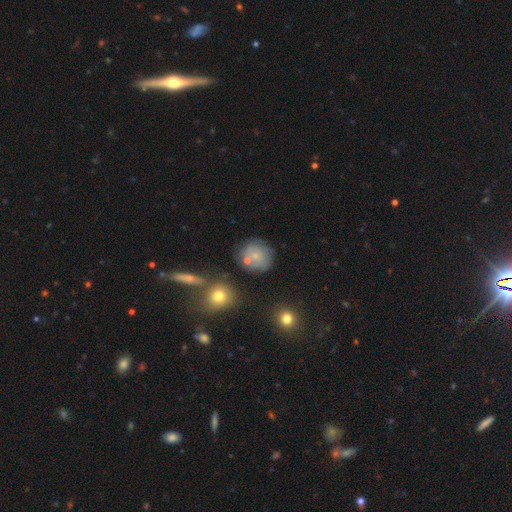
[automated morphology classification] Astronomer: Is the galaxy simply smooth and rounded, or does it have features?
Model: smooth — 63%.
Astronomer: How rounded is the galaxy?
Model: round — 82%.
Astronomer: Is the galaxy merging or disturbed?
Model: none — 63%.